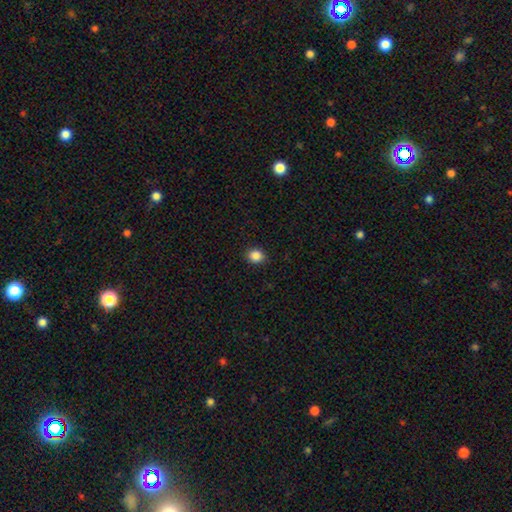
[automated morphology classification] This appears to be a smooth galaxy with no disk features (87%) that is round (73%). Merging: none (91%).